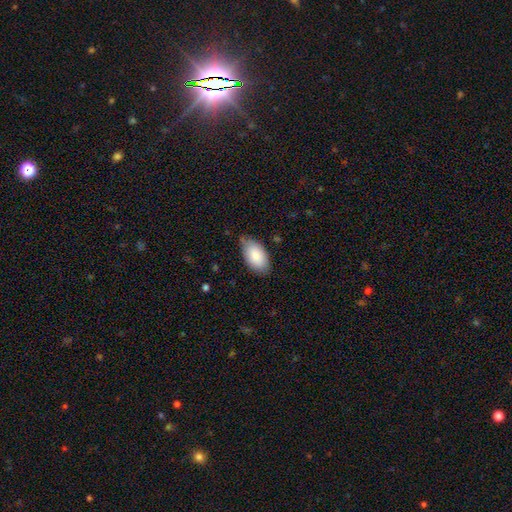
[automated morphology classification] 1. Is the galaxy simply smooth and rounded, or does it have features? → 85% smooth, 9% featured or disk, 6% star or artifact.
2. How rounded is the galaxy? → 95% in between, 3% round, 2% cigar-shaped.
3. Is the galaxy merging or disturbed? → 71% none, 23% minor disturbance, 4% major disturbance, 2% merger.